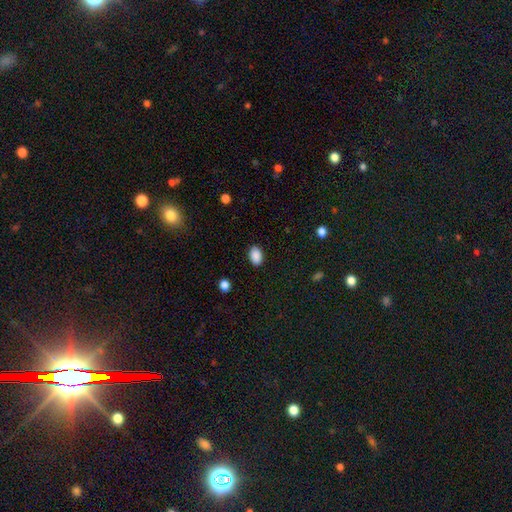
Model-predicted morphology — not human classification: The model was most divided on "how rounded": in between: 89%, round: 10%, cigar-shaped: 1%. More confident: smooth or featured — smooth (90%); merging — none (88%).